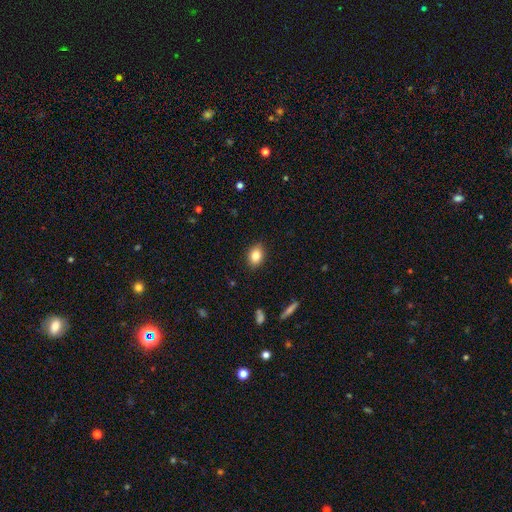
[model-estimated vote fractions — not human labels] The model was most divided on "how rounded": in between: 72%, round: 27%, cigar-shaped: 1%. More confident: merging — none (87%); smooth or featured — smooth (83%).